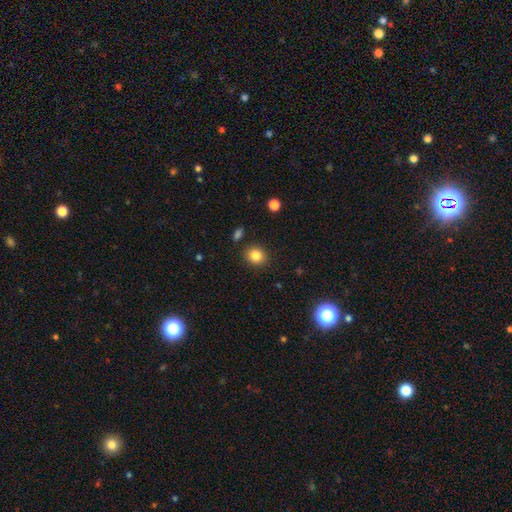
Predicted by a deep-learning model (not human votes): A smooth galaxy with no disk features (83%) that is round (81%). Merging: none (88%).